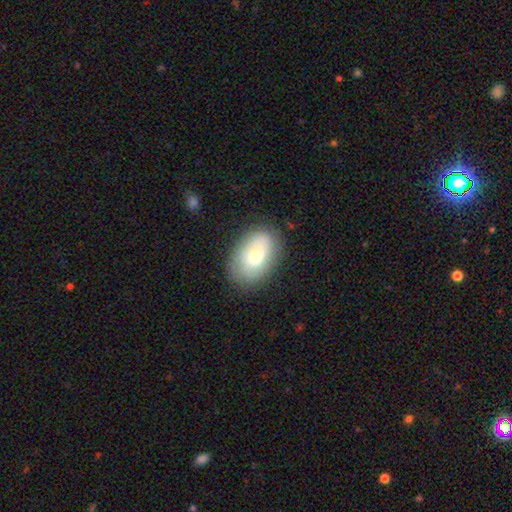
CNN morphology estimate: A smooth galaxy with no disk features (70%) that is in between round and cigar-shaped (90%). Merging: none (72%).